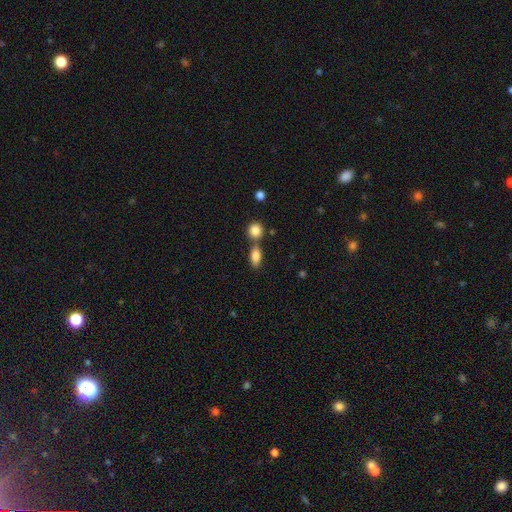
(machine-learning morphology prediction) Smooth or featured: smooth — 85% (star or artifact — 8%)
How rounded: in between — 83% (round — 9%)
Merging: none — 57% (merger — 29%)